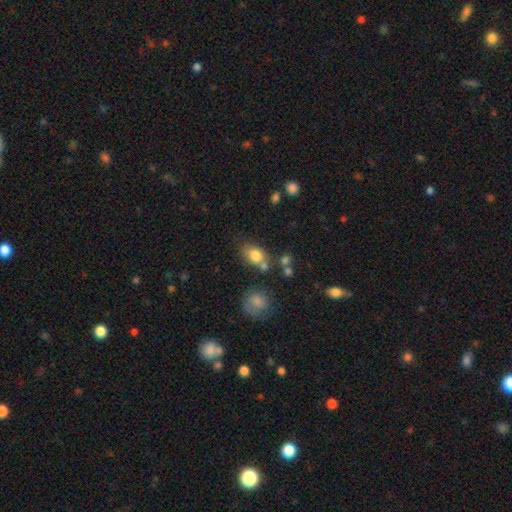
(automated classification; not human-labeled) This is clearly a smooth galaxy (80%). How rounded: likely in between (70%). Merging: possibly none (59%).